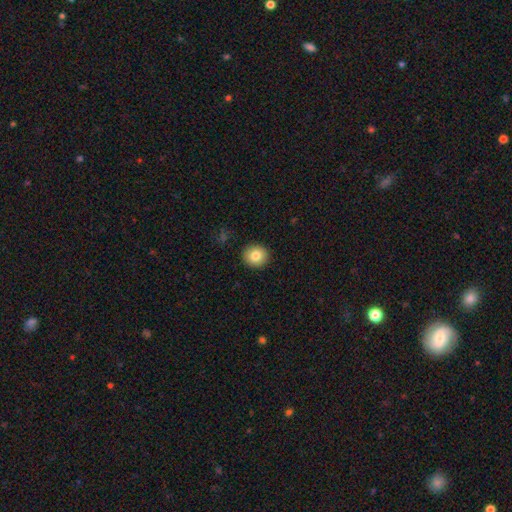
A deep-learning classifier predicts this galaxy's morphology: A smooth galaxy with no disk features (83%) that is round (89%).

Vote fractions:
- Smooth or featured? smooth: 83% / star or artifact: 9% / featured or disk: 8%
- How rounded? round: 89% / in between: 10% / cigar-shaped: 1%
- Merging? none: 92% / minor disturbance: 5% / major disturbance: 2% / merger: 1%